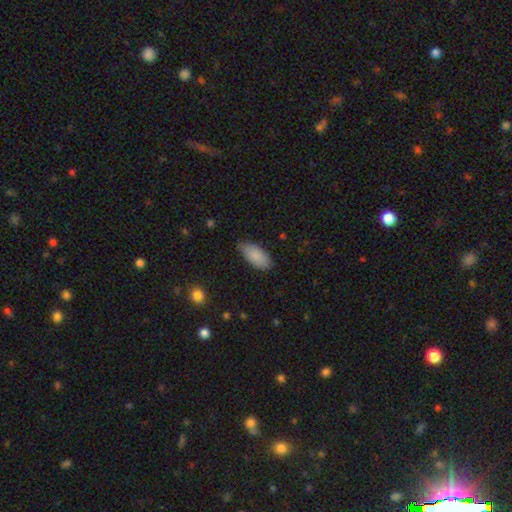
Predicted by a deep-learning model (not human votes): Smooth or featured? Predicted: smooth (p=0.87). How rounded? Predicted: in between (p=0.91). Merging? Predicted: none (p=0.73).